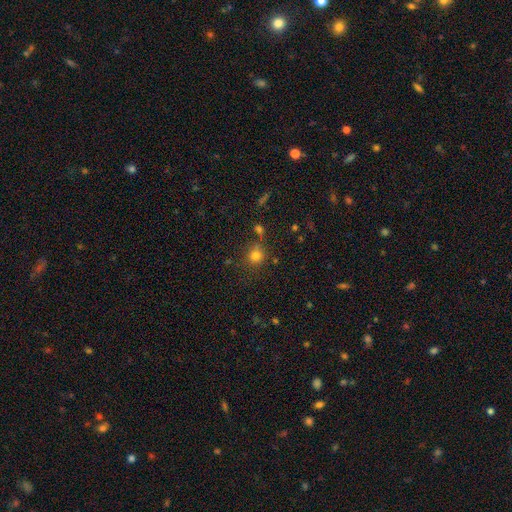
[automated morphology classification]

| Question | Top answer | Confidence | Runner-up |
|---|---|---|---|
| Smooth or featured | smooth | 78% | star or artifact (16%) |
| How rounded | round | 89% | in between (10%) |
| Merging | none | 74% | minor disturbance (12%) |